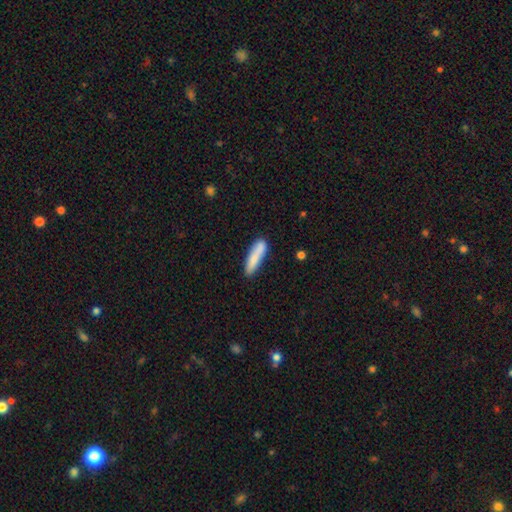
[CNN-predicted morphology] The model was most divided on "how rounded": cigar-shaped: 79%, in between: 19%, round: 2%. More confident: smooth or featured — smooth (80%); merging — none (77%).